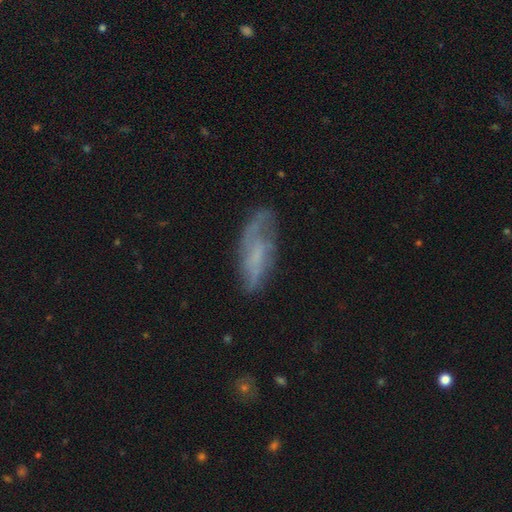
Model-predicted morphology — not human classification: This is possibly a featured or disk galaxy (54%). It is clearly not viewed edge-on (85%). Merging: possibly none (57%).